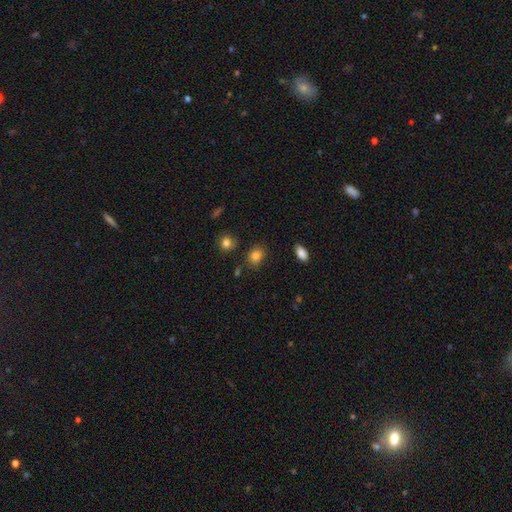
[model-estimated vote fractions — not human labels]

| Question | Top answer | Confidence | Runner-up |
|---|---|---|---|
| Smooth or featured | smooth | 84% | star or artifact (11%) |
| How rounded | in between | 55% | round (43%) |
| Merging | none | 78% | minor disturbance (14%) |